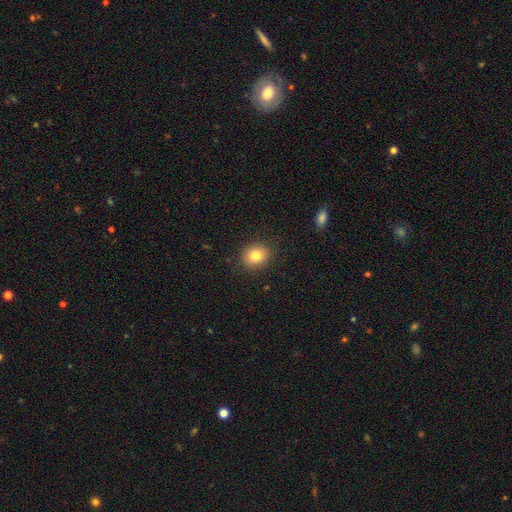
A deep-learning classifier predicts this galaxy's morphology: Smooth or featured: smooth — 80% (star or artifact — 10%)
How rounded: round — 70% (in between — 29%)
Merging: none — 89% (minor disturbance — 8%)